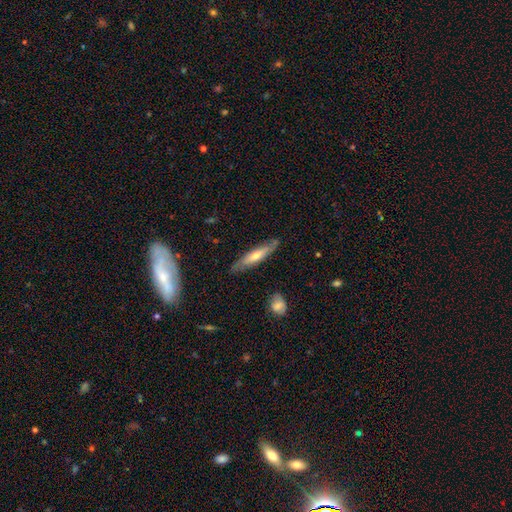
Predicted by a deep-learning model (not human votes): smooth-or-featured: smooth: 47% (tied) | featured or disk: 47% (tied) | star or artifact: 6%
  merging: none: 81% | minor disturbance: 15% | major disturbance: 3% | merger: 2%